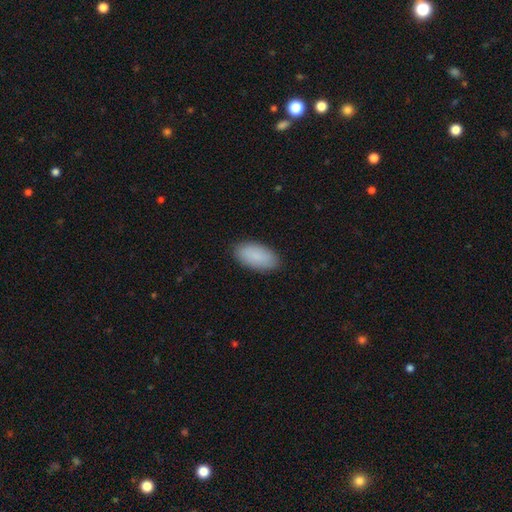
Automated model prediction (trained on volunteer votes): Q: Smooth or featured?
A: smooth (89%); runner-up: star or artifact (6%)
Q: How rounded?
A: in between (94%); runner-up: cigar-shaped (4%)
Q: Merging?
A: none (88%); runner-up: minor disturbance (9%)